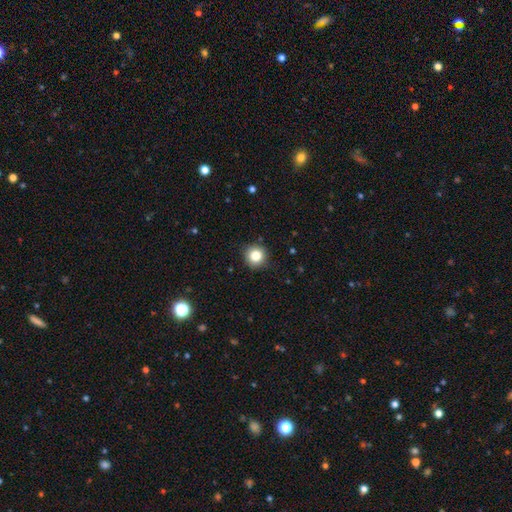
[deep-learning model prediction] smooth 84%, star or artifact 11%, featured or disk 6%. Down the decision tree: how rounded — round (92%); merging — none (88%).